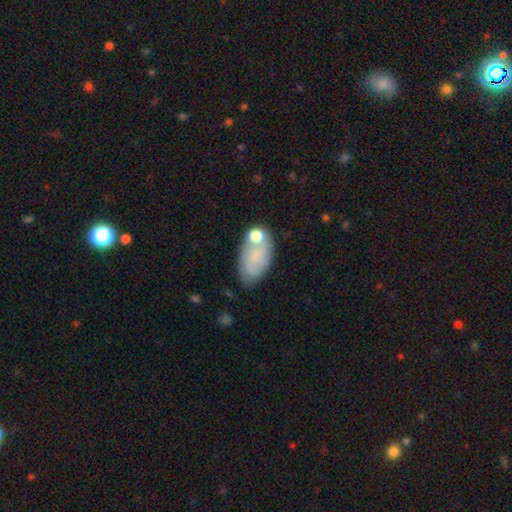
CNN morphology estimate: Q: Smooth or featured?
A: smooth (68%); runner-up: featured or disk (24%)
Q: How rounded?
A: in between (92%); runner-up: round (5%)
Q: Merging?
A: none (54%); runner-up: minor disturbance (23%)